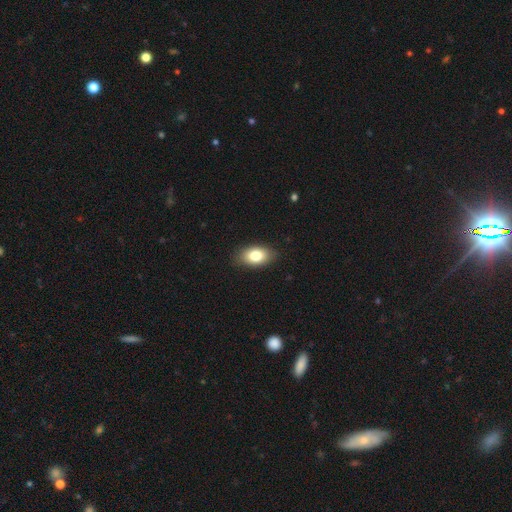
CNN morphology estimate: A smooth galaxy with no disk features (80%) that is in between round and cigar-shaped (90%).

Vote fractions:
- Smooth or featured? smooth: 80% / featured or disk: 12% / star or artifact: 8%
- How rounded? in between: 90% / round: 8% / cigar-shaped: 2%
- Merging? none: 86% / minor disturbance: 11% / major disturbance: 2% / merger: 1%